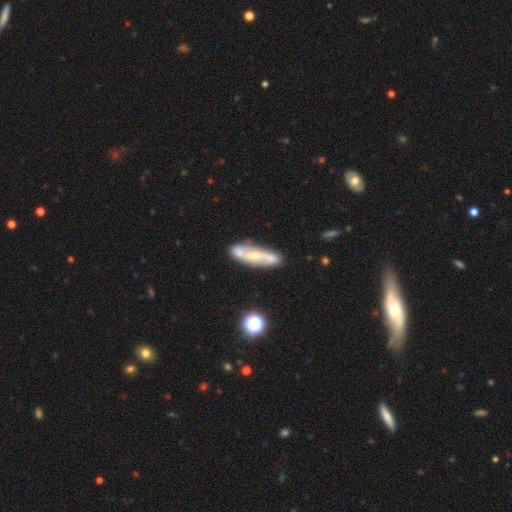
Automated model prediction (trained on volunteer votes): smooth-or-featured: featured or disk: 72% | smooth: 21% | star or artifact: 7%
  disk-edge-on: no: 80% | yes: 20%
    bar: no: 39% | weak: 38% | strong: 23%
    has-spiral-arms: yes: 85% | no: 15%
    bulge-size: moderate: 42% | small: 38% | none: 12% | large: 7% | dominant: 2%
  merging: none: 74% | minor disturbance: 16% | merger: 6% | major disturbance: 5%